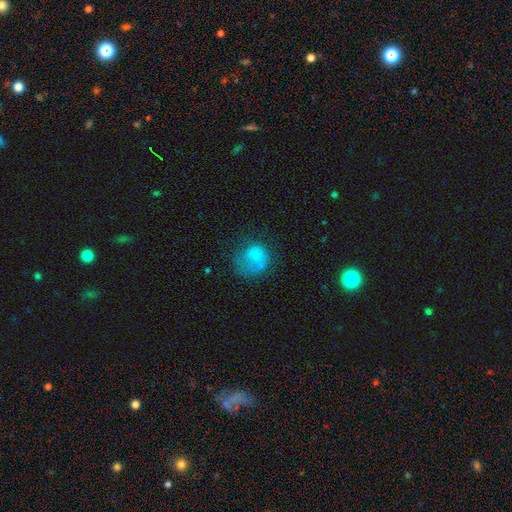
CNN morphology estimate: type=smooth (60%); roundness=round (69%); merging=major disturbance (35%, tied with none).